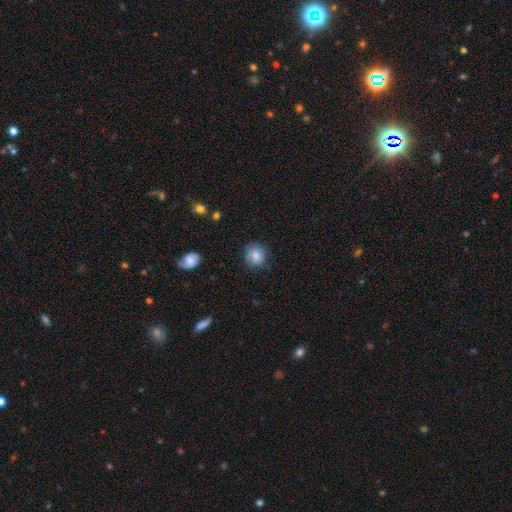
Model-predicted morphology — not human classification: Smooth or featured?
  - smooth: 81% *
  - featured or disk: 11%
  - star or artifact: 9%
How rounded?
  - round: 83% *
  - in between: 16%
  - cigar-shaped: 1%
Merging?
  - none: 77% *
  - minor disturbance: 17%
  - major disturbance: 4%
  - merger: 1%